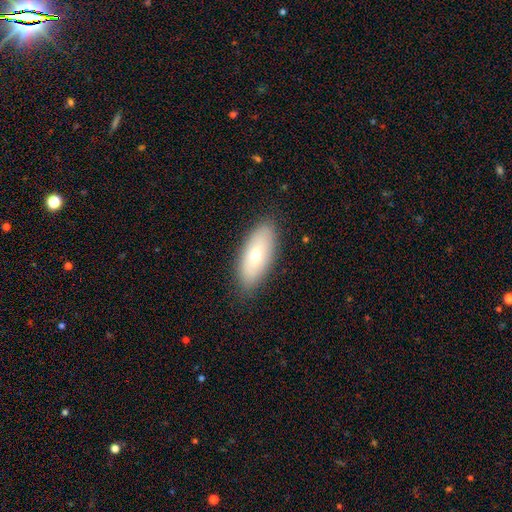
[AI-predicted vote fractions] Morphology: type=smooth (66%); roundness=in between (84%); merging=none (86%).